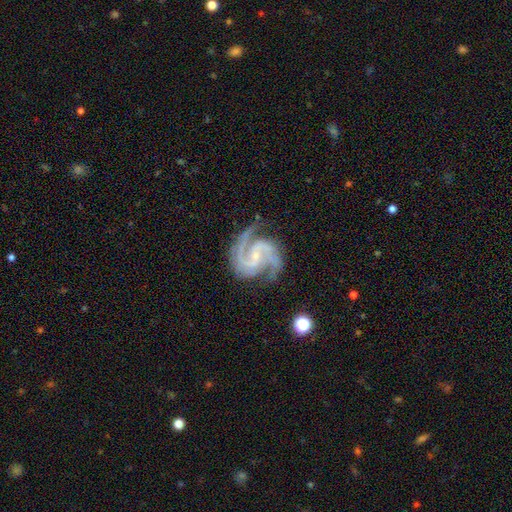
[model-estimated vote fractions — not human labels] smooth_or_featured: featured or disk (p=0.93) [alt: star or artifact p=0.04]
disk_edge_on: no (p=0.98) [alt: yes p=0.02]
bar: weak (p=0.43) [alt: no p=0.37]
has_spiral_arms: yes (p=0.99) [alt: no p=0.01]
spiral_winding: medium (p=0.60) [alt: tight p=0.31]
spiral_arm_count: 2 (p=0.68) [alt: 3 p=0.21]
bulge_size: small (p=0.78) [alt: moderate p=0.13]
merging: none (p=0.74) [alt: minor disturbance p=0.17]